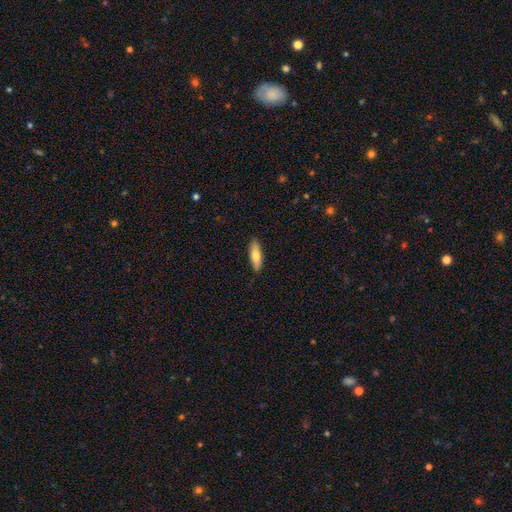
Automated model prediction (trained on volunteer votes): smooth-or-featured: smooth: 76% | featured or disk: 19% | star or artifact: 6%
  how-rounded: in between: 51% | cigar-shaped: 47% | round: 2%
  merging: none: 88% | minor disturbance: 10% | major disturbance: 2% | merger: 1%